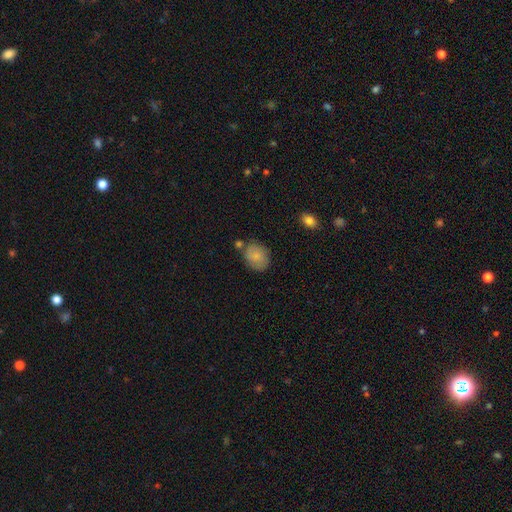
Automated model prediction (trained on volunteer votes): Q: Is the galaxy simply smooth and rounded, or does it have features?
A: smooth — 82%.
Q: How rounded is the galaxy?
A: round — 53%.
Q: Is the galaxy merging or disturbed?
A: none — 70%.